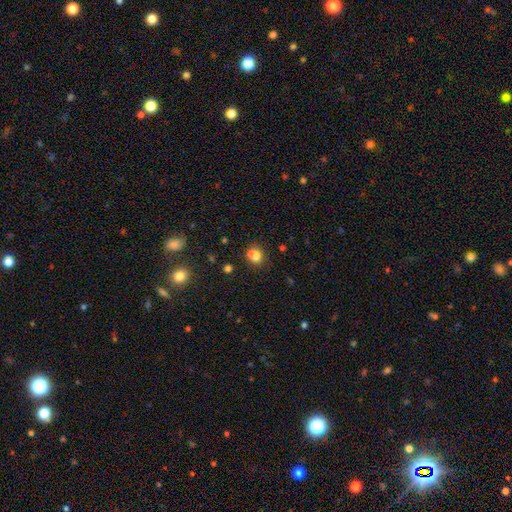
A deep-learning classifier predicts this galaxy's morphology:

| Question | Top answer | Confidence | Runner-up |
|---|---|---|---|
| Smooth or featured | smooth | 75% | star or artifact (14%) |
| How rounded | round | 68% | in between (31%) |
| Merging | none | 45% | merger (40%) |